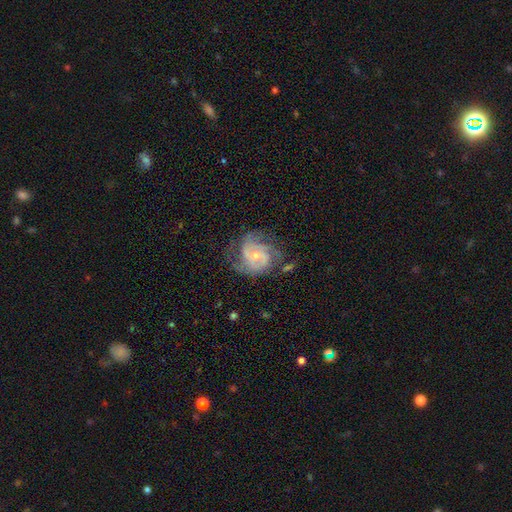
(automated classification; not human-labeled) Smooth or featured: featured or disk — 83% (smooth — 11%)
Edge-on disk: no — 98% (yes — 2%)
Bar: no — 65% (weak — 29%)
Spiral arms: yes — 94% (no — 6%)
Spiral winding: tight — 47% (medium — 41%)
Spiral arm count: 2 — 33% (3 — 30%)
Bulge size: small — 57% (moderate — 39%)
Merging: none — 56% (minor disturbance — 24%)